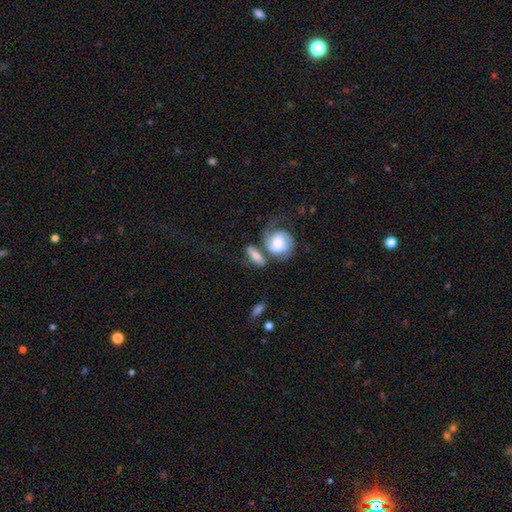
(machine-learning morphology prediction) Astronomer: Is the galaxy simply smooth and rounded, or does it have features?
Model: smooth — 50% (runner-up: featured or disk, 42%).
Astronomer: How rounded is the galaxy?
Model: in between — 55%.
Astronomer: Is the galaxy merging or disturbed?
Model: none — 43% (runner-up: merger, 28%).